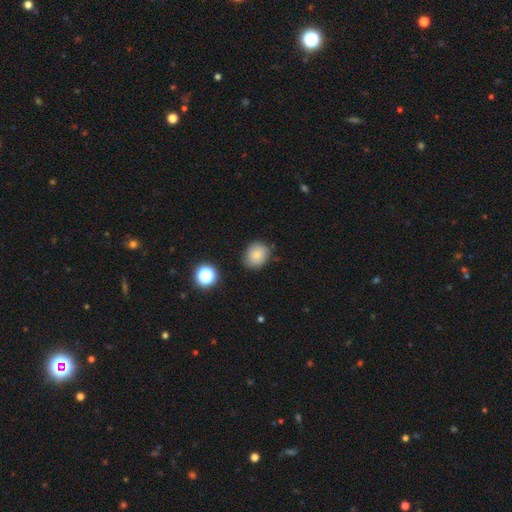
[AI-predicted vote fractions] smooth 81%, star or artifact 11%, featured or disk 8%. Down the decision tree: how rounded — round (58%); merging — none (79%).